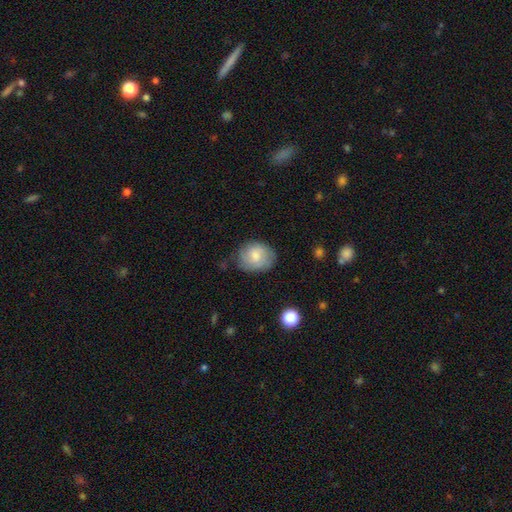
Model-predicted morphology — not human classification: Smooth or featured? Predicted: smooth (p=0.70). How rounded? Predicted: round (p=0.53). Merging? Predicted: none (p=0.68).